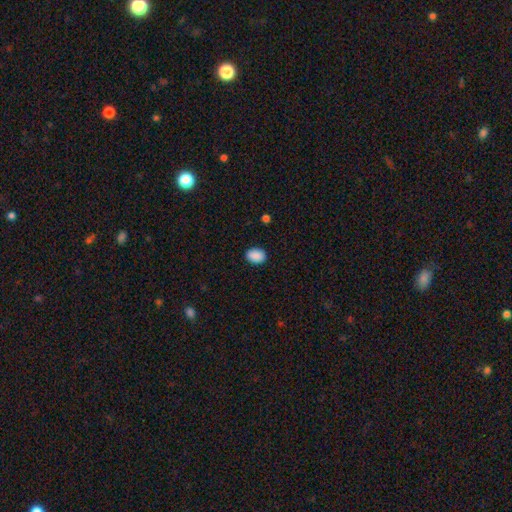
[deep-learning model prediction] A smooth galaxy with no disk features (90%) that is in between round and cigar-shaped (79%). Merging: none (89%).